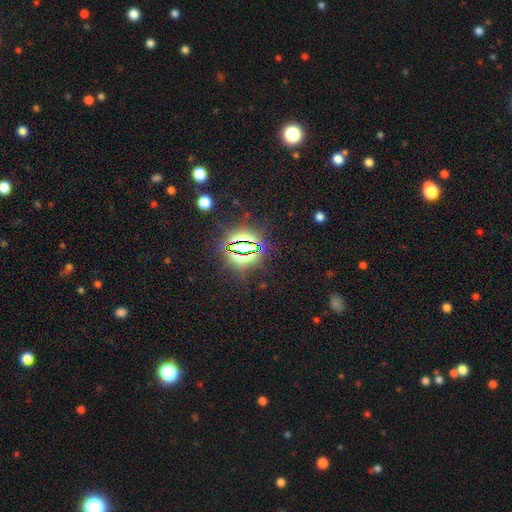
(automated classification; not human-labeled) The model was most divided on "smooth or featured": star or artifact: 84%, smooth: 9%, featured or disk: 7%.